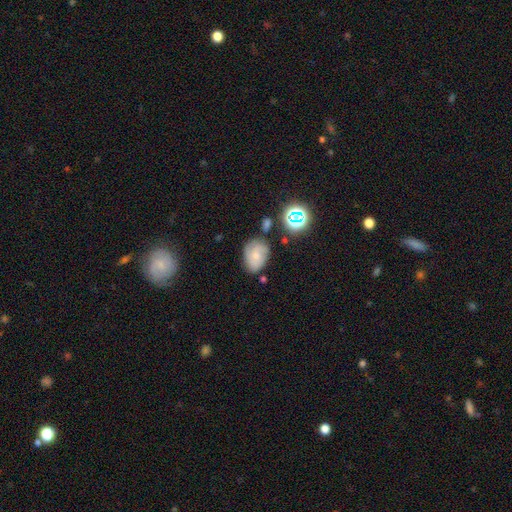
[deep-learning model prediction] Smooth or featured? Predicted: featured or disk (p=0.44). Merging? Predicted: none (p=0.61).